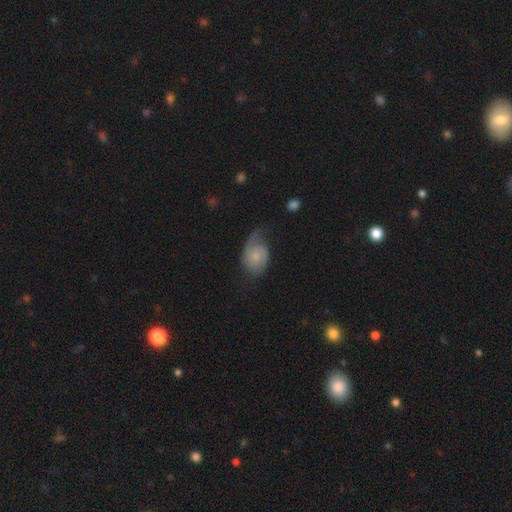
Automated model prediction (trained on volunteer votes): The model was most divided on "merging": none: 40%, minor disturbance: 33%, major disturbance: 25%, merger: 2%. More confident: edge-on disk — no (96%); smooth or featured — featured or disk (51%).